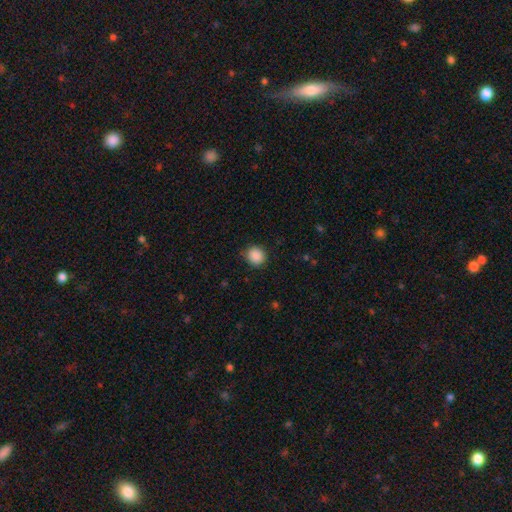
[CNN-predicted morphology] A smooth galaxy with no disk features (89%) that is round (83%).

Vote fractions:
- Smooth or featured? smooth: 89% / star or artifact: 8% / featured or disk: 3%
- How rounded? round: 83% / in between: 16% / cigar-shaped: 1%
- Merging? none: 88% / minor disturbance: 9% / major disturbance: 3% / merger: 1%